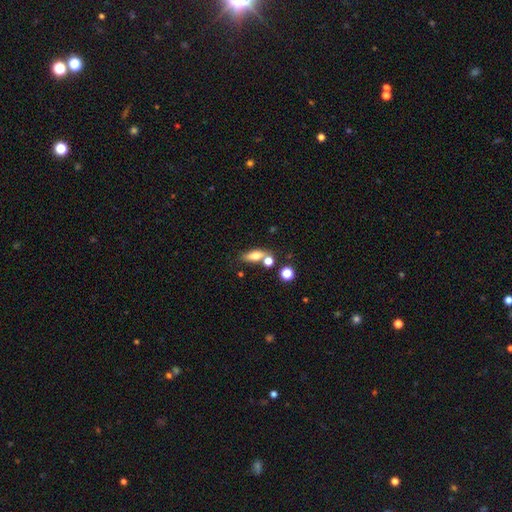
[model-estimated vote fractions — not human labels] smooth 70%, featured or disk 19%, star or artifact 11%. Down the decision tree: how rounded — in between (65%); merging — none (57%).